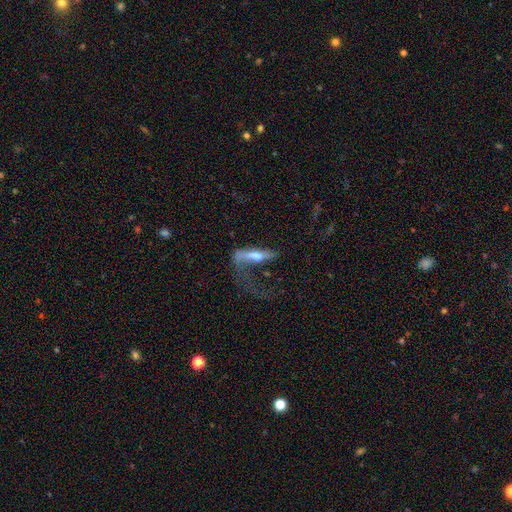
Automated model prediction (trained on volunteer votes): A featured or disk galaxy (50%) viewed edge-on (53%). Merging: major disturbance (58%).